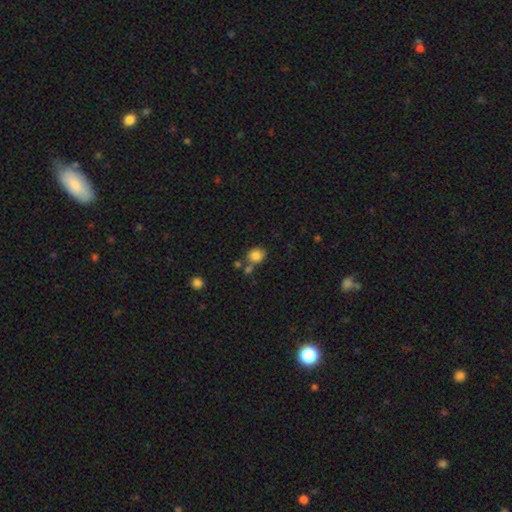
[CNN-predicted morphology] smooth 84%, star or artifact 10%, featured or disk 6%. Down the decision tree: how rounded — round (68%); merging — none (61%).